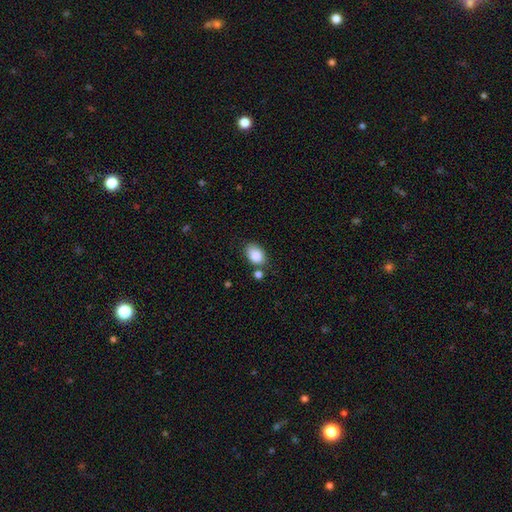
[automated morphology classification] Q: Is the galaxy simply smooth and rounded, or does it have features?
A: smooth — 85%.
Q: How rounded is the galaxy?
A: in between — 83%.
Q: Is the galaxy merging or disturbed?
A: none — 68%.